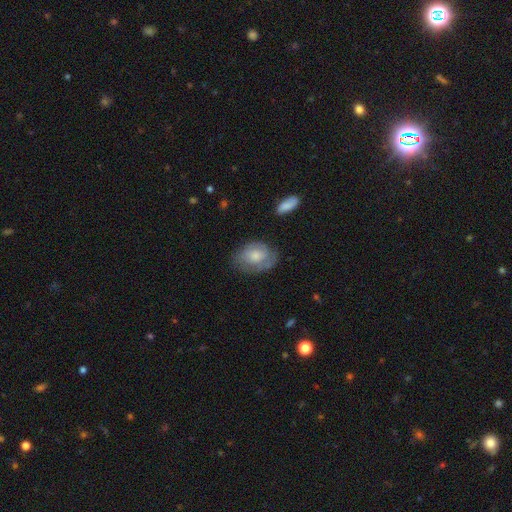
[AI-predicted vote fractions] A smooth galaxy with no disk features (54%) that is in between round and cigar-shaped (70%). Merging: none (57%).